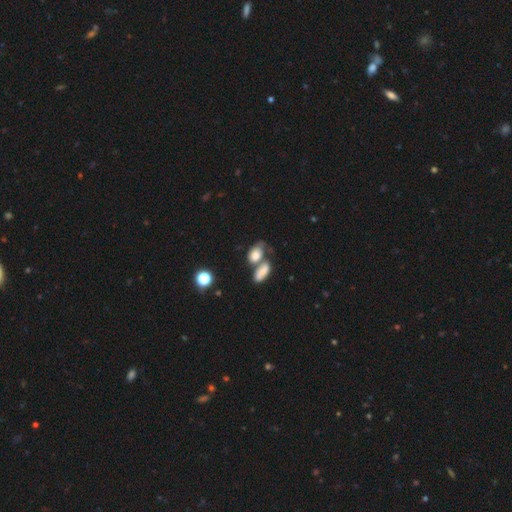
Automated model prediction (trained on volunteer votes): Smooth or featured? smooth (69%)
How rounded? in between (80%)
Merging? merger (53%)